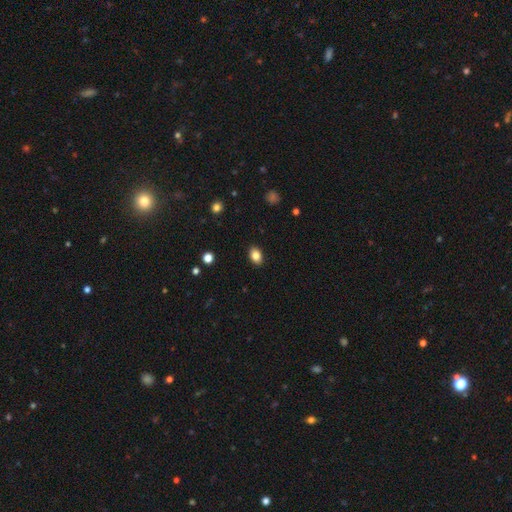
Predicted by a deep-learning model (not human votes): This appears to be a smooth galaxy with no disk features (85%) that is in between round and cigar-shaped (80%). Merging: none (89%).